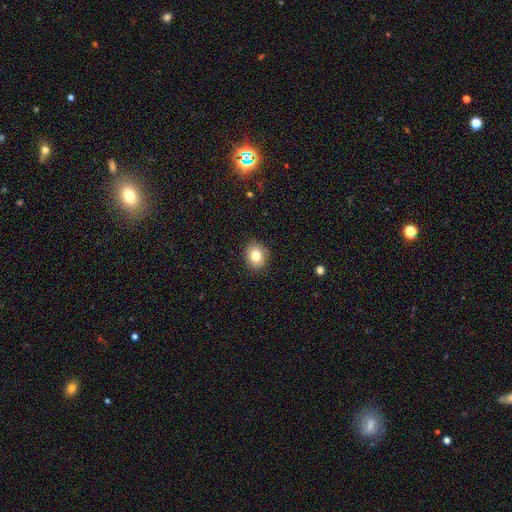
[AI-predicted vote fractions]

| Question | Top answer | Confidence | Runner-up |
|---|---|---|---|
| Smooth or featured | smooth | 80% | featured or disk (10%) |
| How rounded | round | 53% | in between (46%) |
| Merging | none | 87% | minor disturbance (10%) |